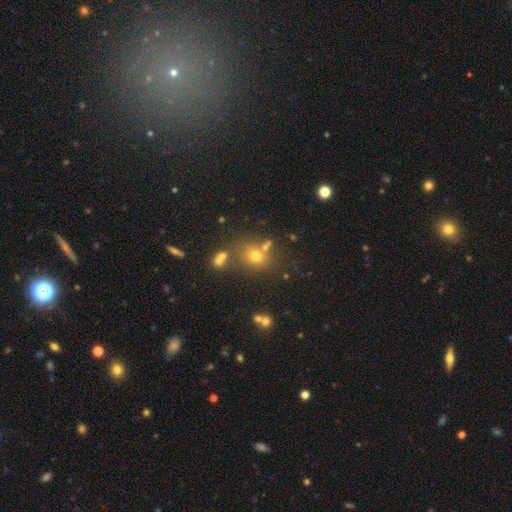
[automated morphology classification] smooth-or-featured: smooth: 64% | star or artifact: 23% | featured or disk: 13%
  how-rounded: round: 67% | in between: 32% | cigar-shaped: 1%
  merging: none: 65% | merger: 17% | minor disturbance: 12% | major disturbance: 5%